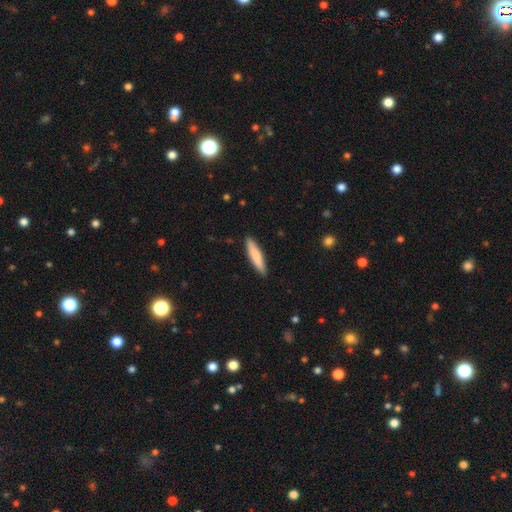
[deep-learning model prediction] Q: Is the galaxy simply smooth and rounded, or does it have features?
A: smooth — 77%.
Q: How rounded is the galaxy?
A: cigar-shaped — 86%.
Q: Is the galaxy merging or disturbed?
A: none — 90%.